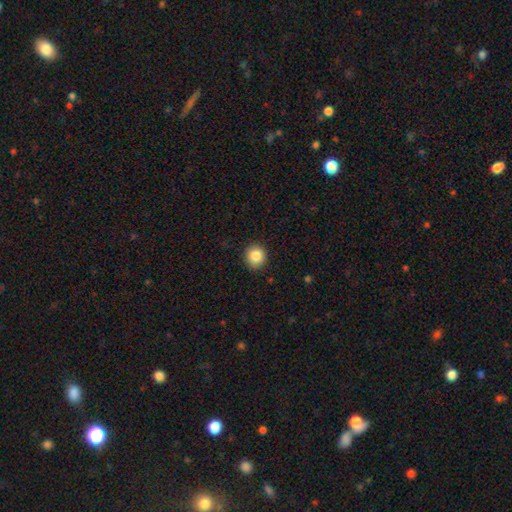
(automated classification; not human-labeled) Smooth or featured: smooth — 86% (star or artifact — 9%)
How rounded: round — 88% (in between — 11%)
Merging: none — 90% (minor disturbance — 7%)